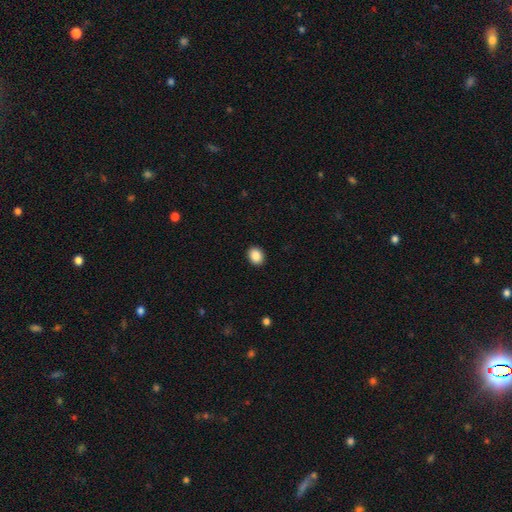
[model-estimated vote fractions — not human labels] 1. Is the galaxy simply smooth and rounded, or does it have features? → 89% smooth, 8% star or artifact, 3% featured or disk.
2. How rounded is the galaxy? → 50% in between, 49% round, 1% cigar-shaped.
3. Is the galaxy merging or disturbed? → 92% none, 6% minor disturbance, 2% major disturbance, 1% merger.